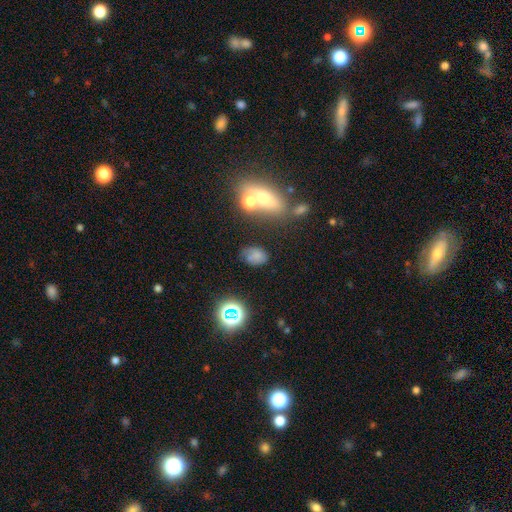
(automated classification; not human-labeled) Overall: smooth (65%). How rounded: in between (77%). Merging: none (60%; minor disturbance 22%).